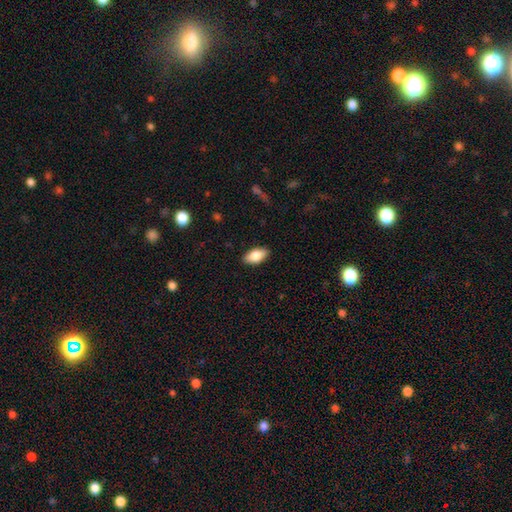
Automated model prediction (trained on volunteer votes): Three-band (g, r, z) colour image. It shows a smooth galaxy with no disk features (81%) that is in between round and cigar-shaped (92%). Merging: none (89%).